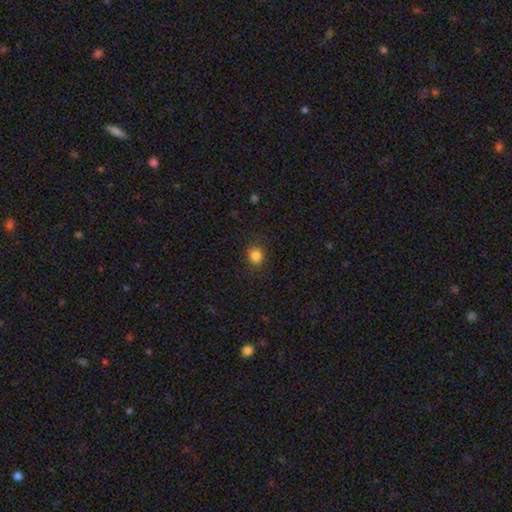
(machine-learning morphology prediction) smooth_or_featured: smooth (p=0.84) [alt: star or artifact p=0.11]
how_rounded: round (p=0.83) [alt: in between p=0.16]
merging: none (p=0.88) [alt: minor disturbance p=0.09]